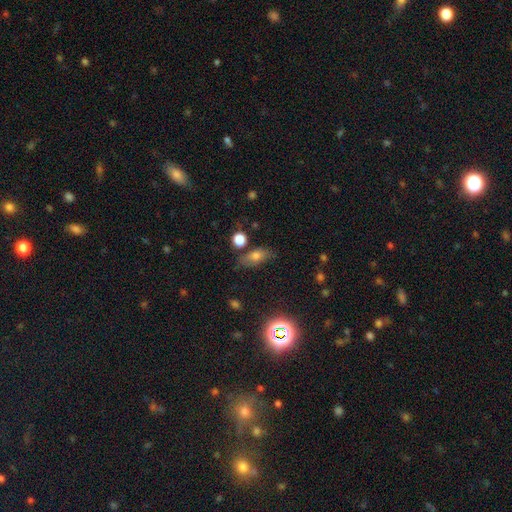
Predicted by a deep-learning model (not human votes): This is likely a smooth galaxy (69%). How rounded: likely in between (78%). Merging: likely none (71%).